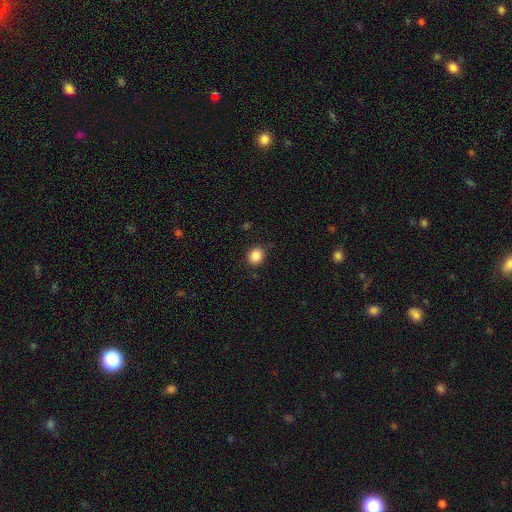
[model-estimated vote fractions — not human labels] smooth-or-featured: smooth: 86% | star or artifact: 10% | featured or disk: 4%
  how-rounded: round: 70% | in between: 29% | cigar-shaped: 1%
  merging: none: 86% | minor disturbance: 10% | major disturbance: 3% | merger: 1%